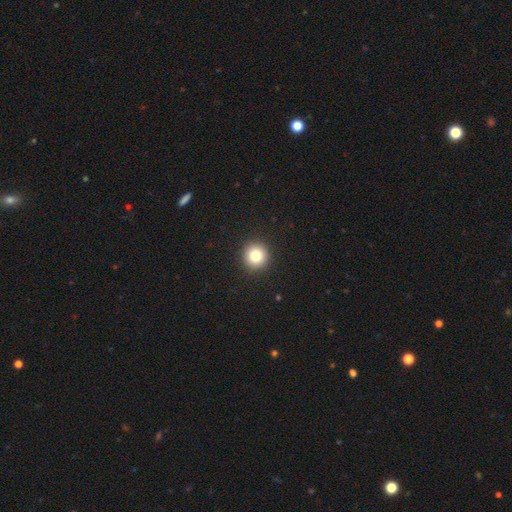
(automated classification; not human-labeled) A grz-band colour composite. It shows a smooth galaxy with no disk features (82%) that is round (95%). Merging: none (93%).